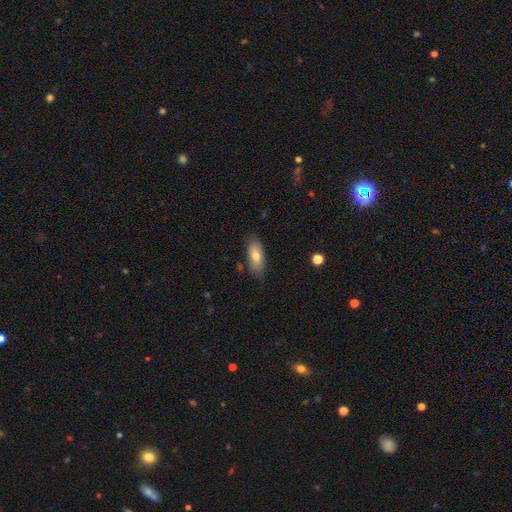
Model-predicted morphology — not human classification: Smooth or featured? Predicted: smooth (p=0.73). How rounded? Predicted: in between (p=0.80). Merging? Predicted: none (p=0.82).